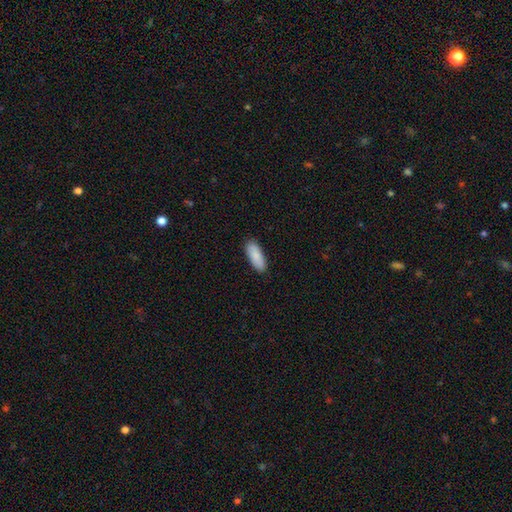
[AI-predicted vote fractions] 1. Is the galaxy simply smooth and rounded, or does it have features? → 88% smooth, 7% featured or disk, 6% star or artifact.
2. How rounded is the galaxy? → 72% in between, 27% cigar-shaped, 2% round.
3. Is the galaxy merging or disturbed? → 89% none, 9% minor disturbance, 2% major disturbance, 1% merger.